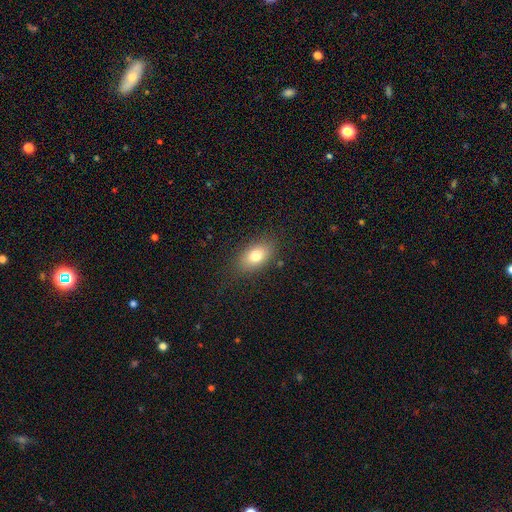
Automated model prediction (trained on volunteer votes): Smooth or featured?
  - smooth: 76% *
  - featured or disk: 14%
  - star or artifact: 10%
How rounded?
  - in between: 85% *
  - round: 12%
  - cigar-shaped: 3%
Merging?
  - none: 84% *
  - minor disturbance: 11%
  - major disturbance: 4%
  - merger: 1%